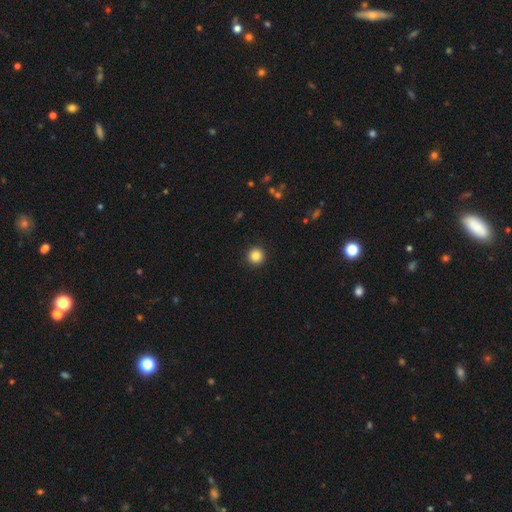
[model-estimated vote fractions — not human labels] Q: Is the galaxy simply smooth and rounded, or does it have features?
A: smooth — 85%.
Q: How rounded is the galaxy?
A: round — 96%.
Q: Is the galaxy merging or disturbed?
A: none — 93%.